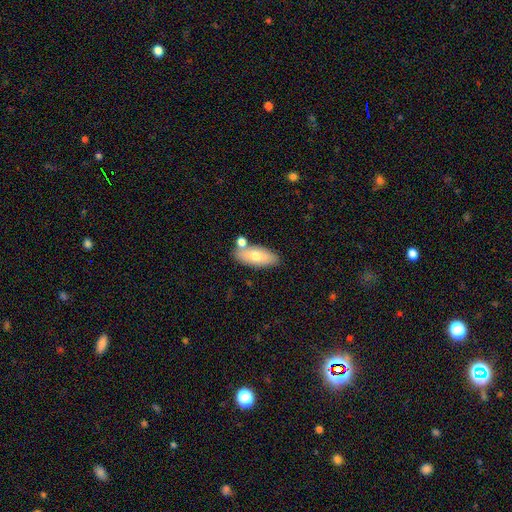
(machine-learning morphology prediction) smooth_or_featured: smooth (p=0.69) [alt: featured or disk p=0.25]
how_rounded: in between (p=0.81) [alt: cigar-shaped p=0.15]
merging: none (p=0.71) [alt: merger p=0.13]